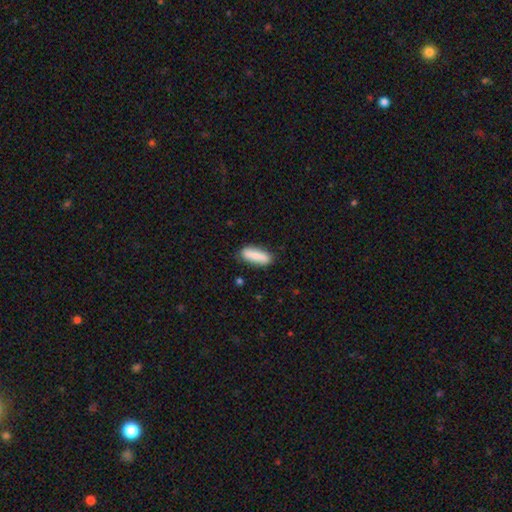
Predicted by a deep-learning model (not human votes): The model was most divided on "how rounded": in between: 51%, cigar-shaped: 47%, round: 2%. More confident: merging — none (82%); smooth or featured — smooth (79%).